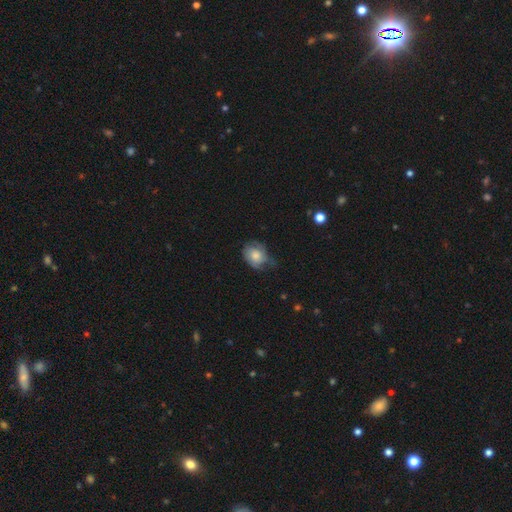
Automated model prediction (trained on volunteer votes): This is likely a smooth galaxy (65%). How rounded: possibly in between (52%). Merging: marginally none (44%).